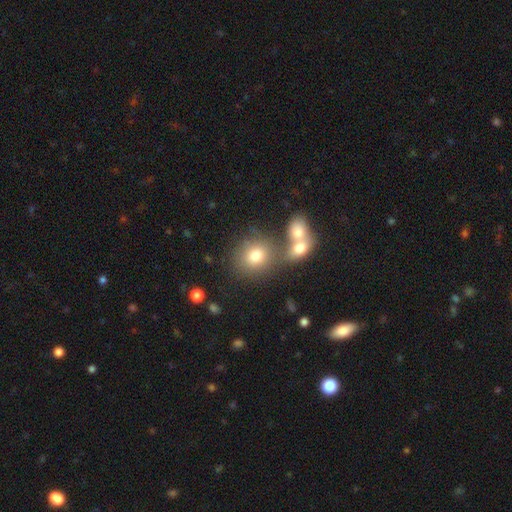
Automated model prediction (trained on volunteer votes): A smooth galaxy with no disk features (75%) that is round (72%). Merging: none (55%).